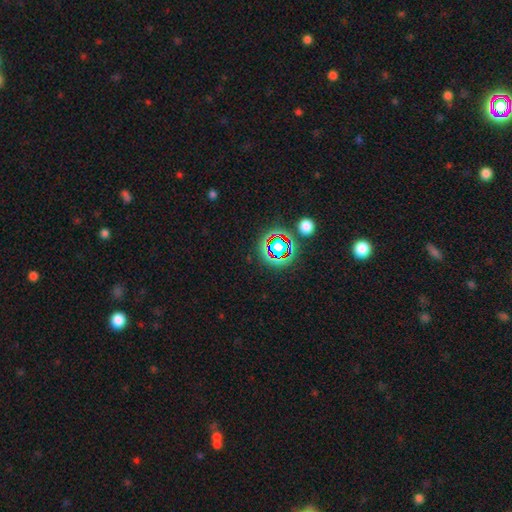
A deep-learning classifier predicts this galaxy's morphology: Smooth or featured?
  - star or artifact: 74% *
  - smooth: 16%
  - featured or disk: 10%